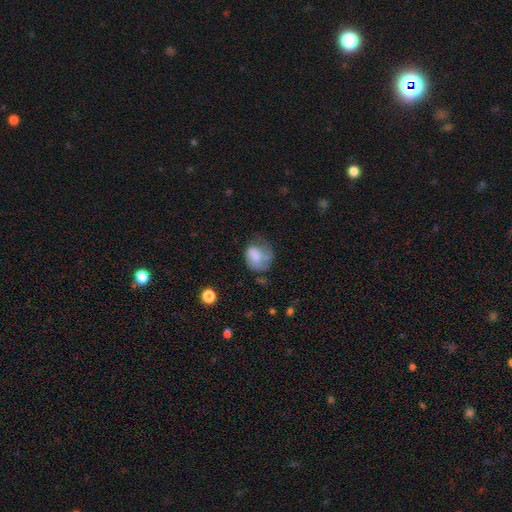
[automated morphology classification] smooth-or-featured: smooth: 65% | featured or disk: 26% | star or artifact: 9%
  how-rounded: in between: 51% | round: 48% | cigar-shaped: 1%
  merging: none: 35% | major disturbance: 30% | minor disturbance: 30% | merger: 5%